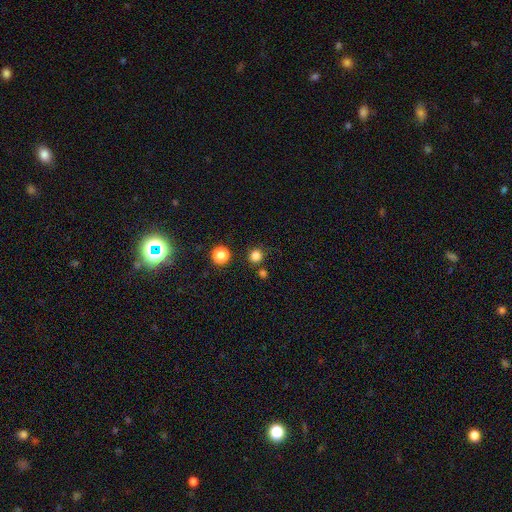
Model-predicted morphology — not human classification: A smooth galaxy with no disk features (80%) that is round (93%). Merging: none (83%).